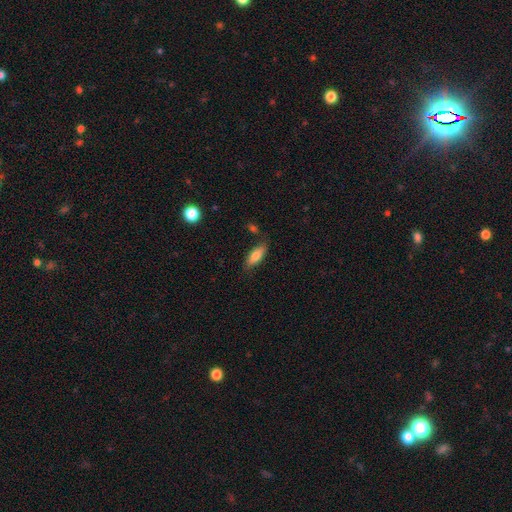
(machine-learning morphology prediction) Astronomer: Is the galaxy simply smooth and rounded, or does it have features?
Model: smooth — 74%.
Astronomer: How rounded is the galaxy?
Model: in between — 63%.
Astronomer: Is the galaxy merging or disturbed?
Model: none — 79%.